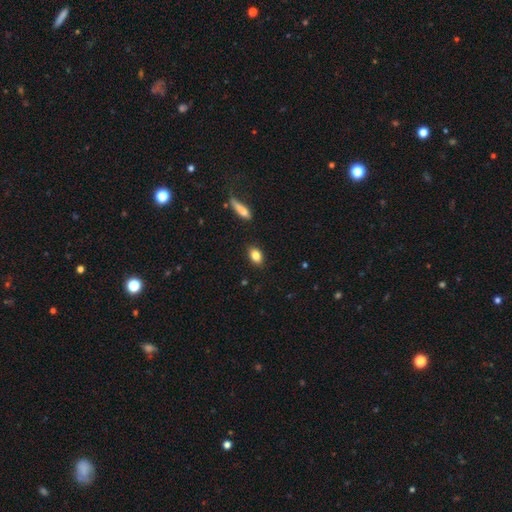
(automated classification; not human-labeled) A smooth galaxy with no disk features (83%) that is in between round and cigar-shaped (81%). Merging: none (87%).